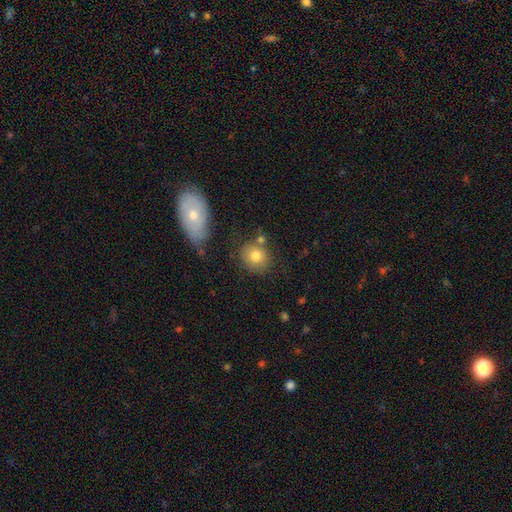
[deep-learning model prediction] Overall: smooth (79%). How rounded: round (81%). Merging: none (72%).